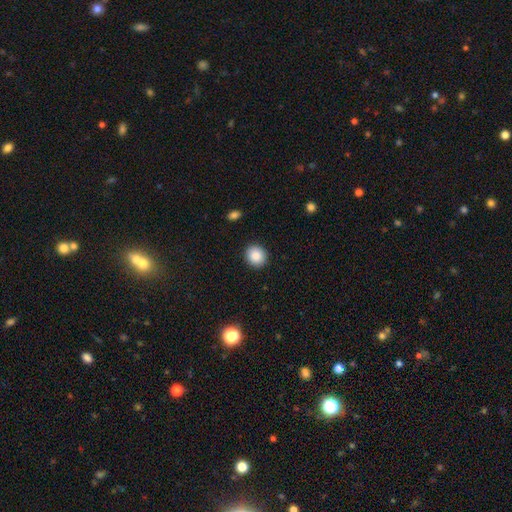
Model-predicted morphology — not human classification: Overall: smooth (87%). How rounded: round (82%). Merging: none (91%).